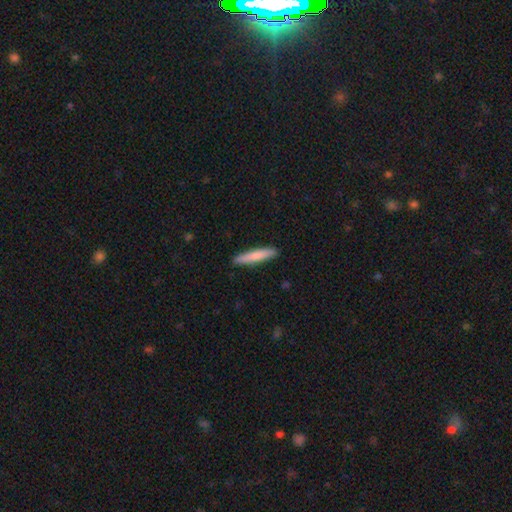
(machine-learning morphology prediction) type=smooth (78%); roundness=cigar-shaped (91%); merging=none (91%).